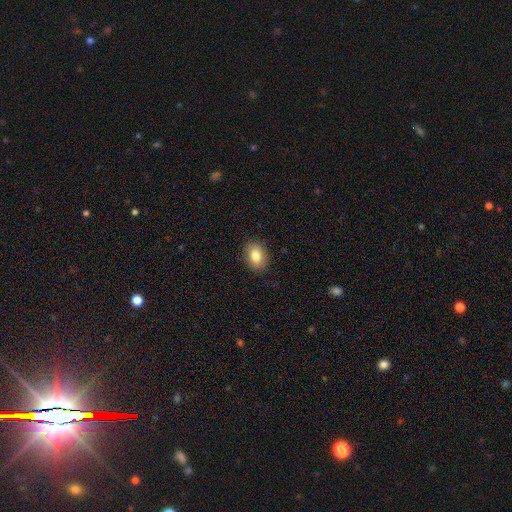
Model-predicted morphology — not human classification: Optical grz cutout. It shows a smooth galaxy with no disk features (82%) that is in between round and cigar-shaped (73%). Merging: none (88%).